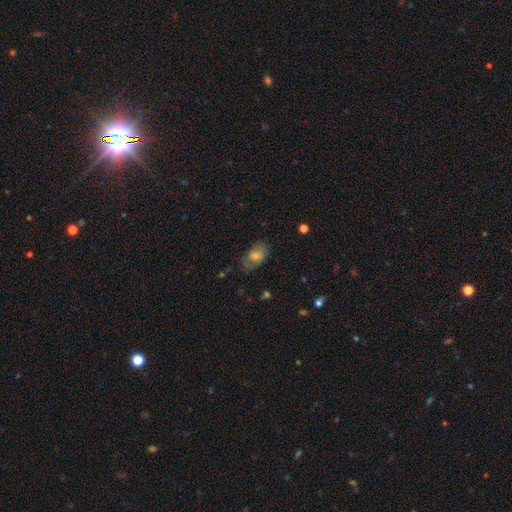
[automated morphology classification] A smooth galaxy with no disk features (53%) that is in between round and cigar-shaped (87%).

Vote fractions:
- Smooth or featured? smooth: 53% / featured or disk: 34% / star or artifact: 14%
- How rounded? in between: 87% / round: 10% / cigar-shaped: 3%
- Merging? none: 72% / minor disturbance: 20% / major disturbance: 7% / merger: 1%